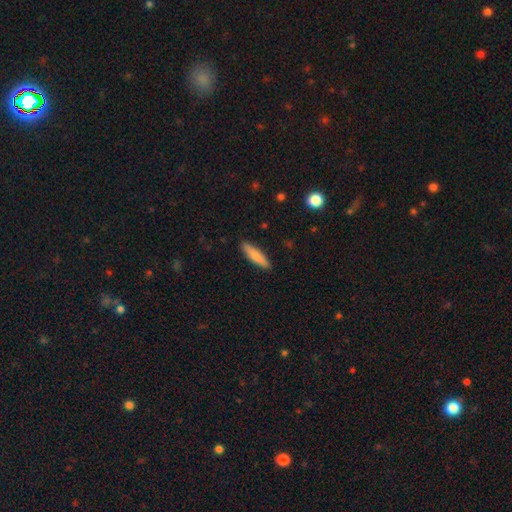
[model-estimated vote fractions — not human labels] Smooth or featured? Predicted: smooth (p=0.79). How rounded? Predicted: cigar-shaped (p=0.76). Merging? Predicted: none (p=0.89).